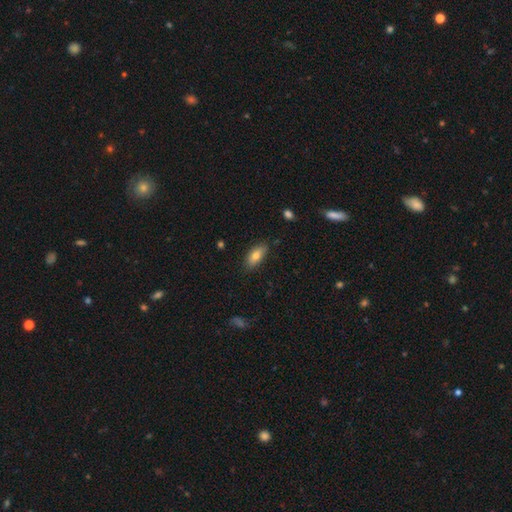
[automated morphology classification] A smooth galaxy with no disk features (78%) that is in between round and cigar-shaped (84%).

Vote fractions:
- Smooth or featured? smooth: 78% / featured or disk: 15% / star or artifact: 7%
- How rounded? in between: 84% / cigar-shaped: 13% / round: 3%
- Merging? none: 82% / minor disturbance: 14% / major disturbance: 2% / merger: 1%